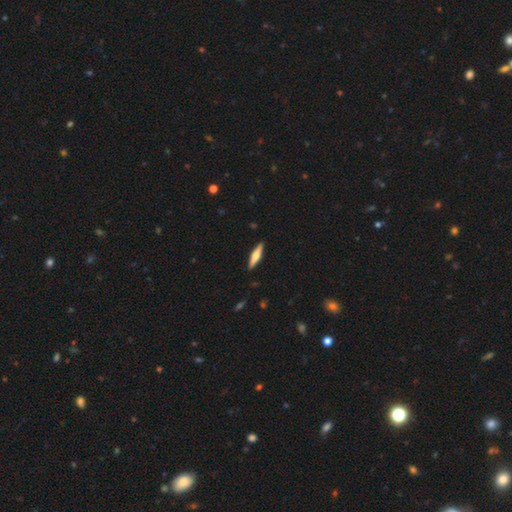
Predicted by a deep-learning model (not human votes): This appears to be a featured or disk galaxy (51%) viewed edge-on (96%). Merging: none (90%).